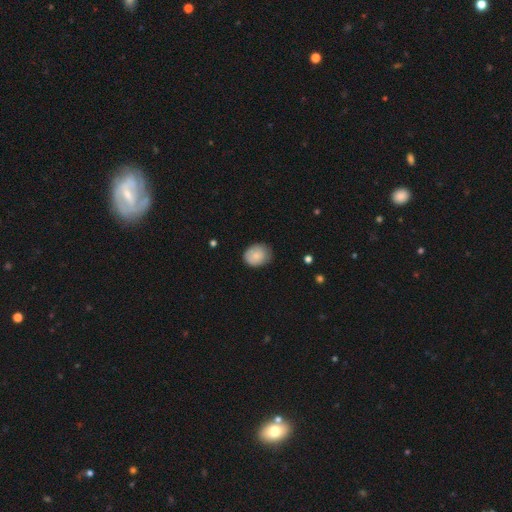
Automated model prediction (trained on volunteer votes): This is clearly a smooth galaxy (81%). How rounded: possibly round (53%). Merging: likely none (70%).